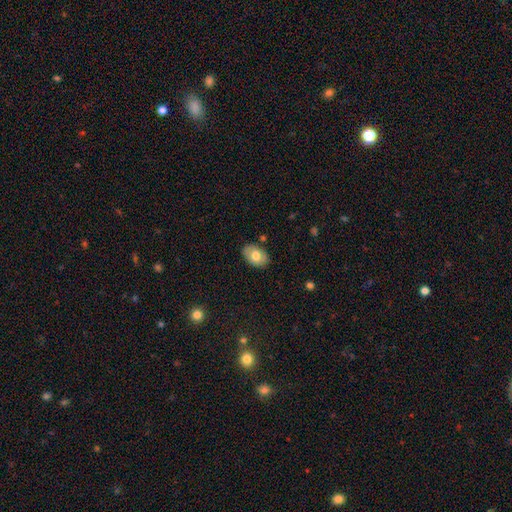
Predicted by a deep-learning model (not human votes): A smooth galaxy with no disk features (74%) that is in between round and cigar-shaped (85%). Merging: none (85%).